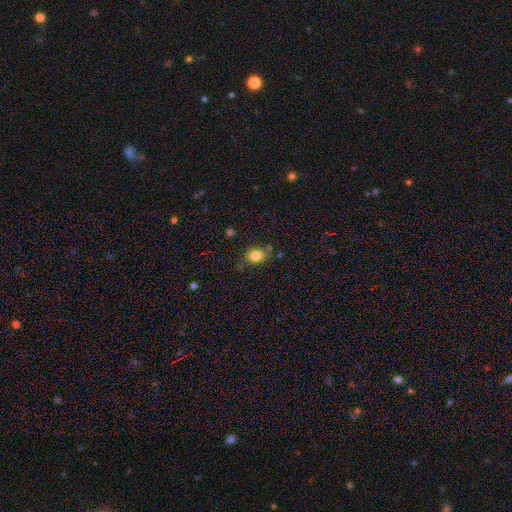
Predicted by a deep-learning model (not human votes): Smooth or featured: smooth — 83% (star or artifact — 10%)
How rounded: in between — 70% (round — 28%)
Merging: none — 76% (minor disturbance — 16%)